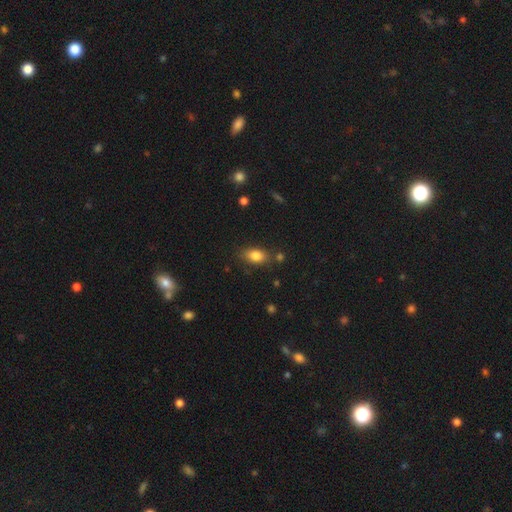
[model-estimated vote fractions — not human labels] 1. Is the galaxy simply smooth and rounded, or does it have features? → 82% smooth, 9% star or artifact, 8% featured or disk.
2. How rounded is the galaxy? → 84% in between, 11% round, 5% cigar-shaped.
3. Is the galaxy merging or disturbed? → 77% none, 15% minor disturbance, 5% merger, 4% major disturbance.